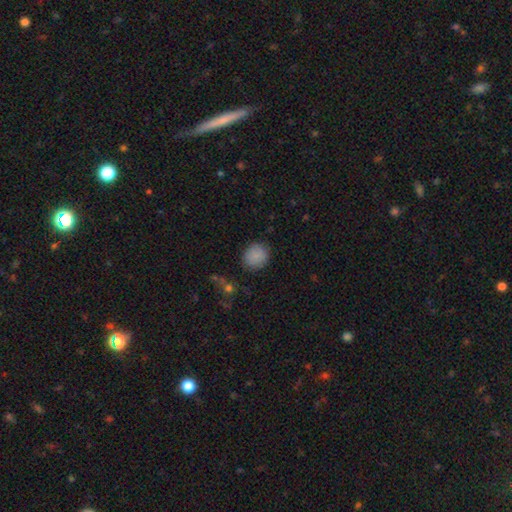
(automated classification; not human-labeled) smooth-or-featured: smooth: 86% | star or artifact: 9% | featured or disk: 5%
  how-rounded: round: 81% | in between: 18% | cigar-shaped: 1%
  merging: none: 86% | minor disturbance: 10% | major disturbance: 3% | merger: 1%